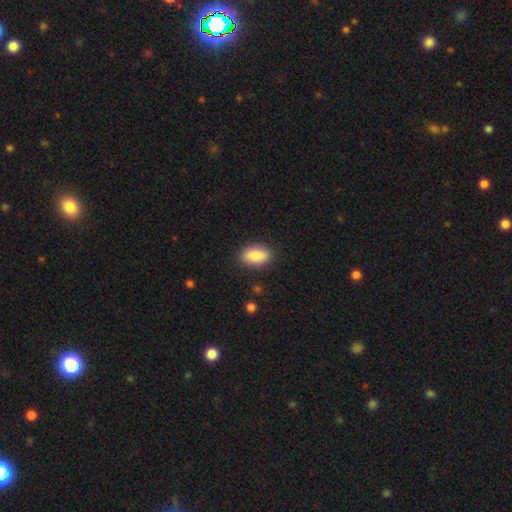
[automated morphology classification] Smooth or featured? Predicted: smooth (p=0.88). How rounded? Predicted: in between (p=0.90). Merging? Predicted: none (p=0.87).